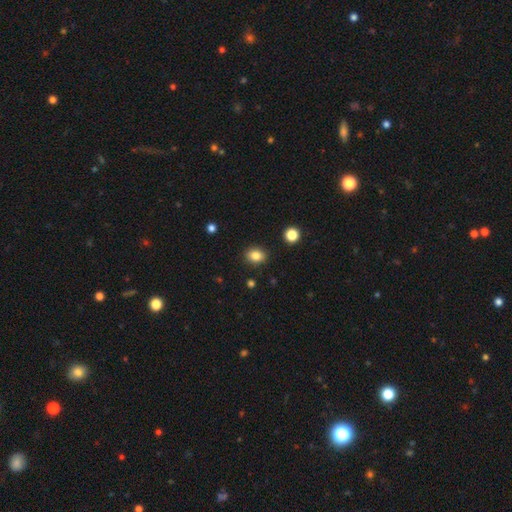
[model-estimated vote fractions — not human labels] Overall: smooth (84%). How rounded: in between (53%; round 46%). Merging: none (88%).